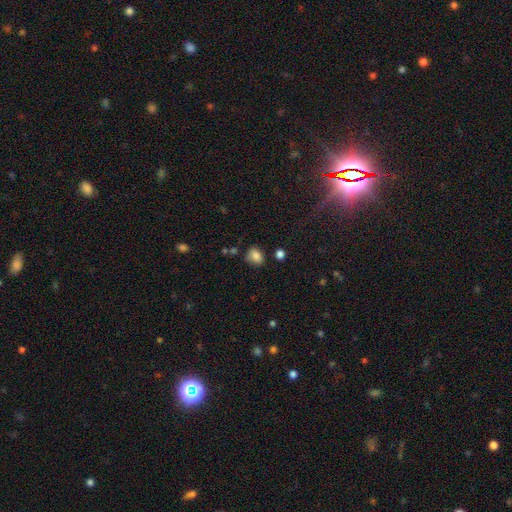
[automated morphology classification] Smooth or featured? smooth (82%)
How rounded? in between (62%)
Merging? none (67%)